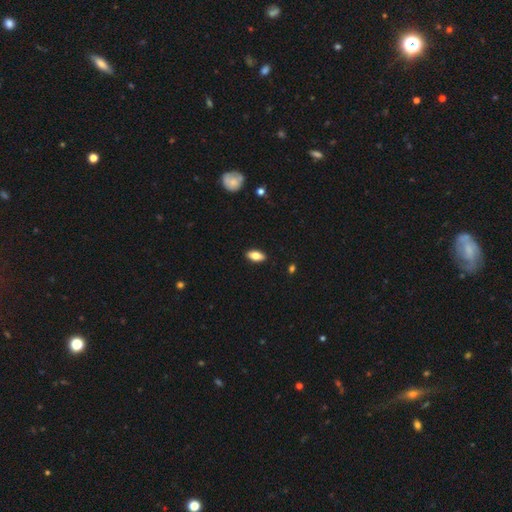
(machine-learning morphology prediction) Smooth or featured? Predicted: smooth (p=0.75). How rounded? Predicted: in between (p=0.88). Merging? Predicted: none (p=0.90).